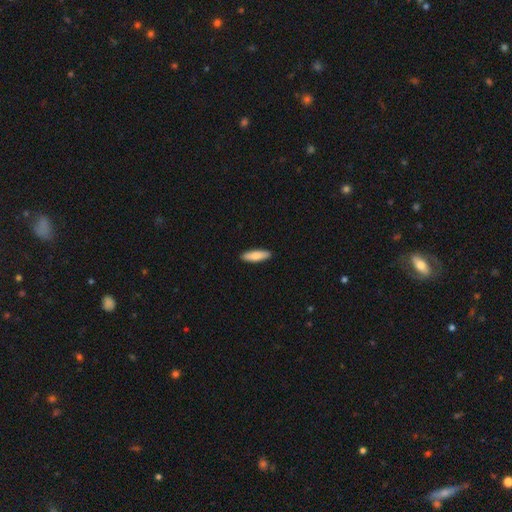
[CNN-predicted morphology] Smooth or featured? Predicted: smooth (p=0.82). How rounded? Predicted: cigar-shaped (p=0.59). Merging? Predicted: none (p=0.91).